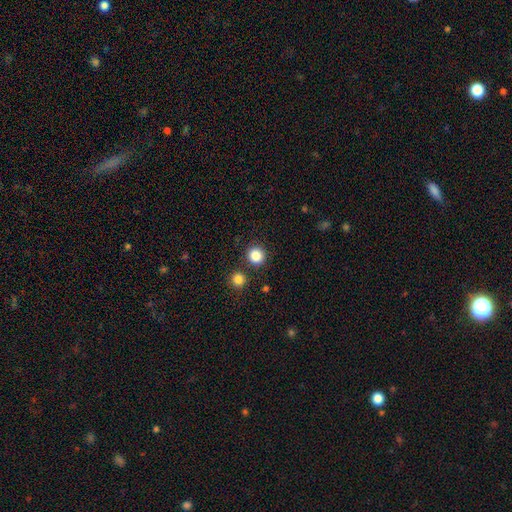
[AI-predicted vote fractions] A smooth galaxy with no disk features (87%) that is round (91%). Merging: none (86%).